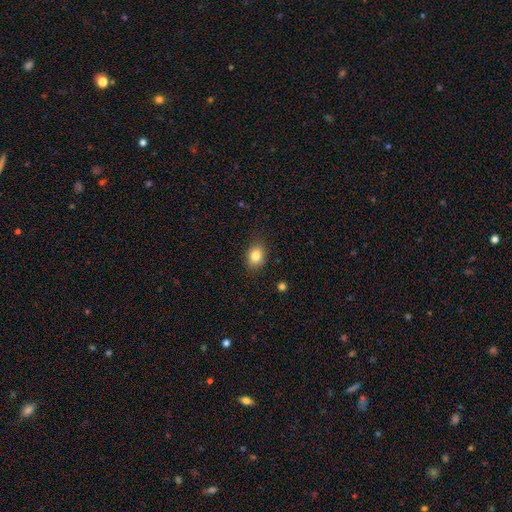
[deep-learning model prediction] A smooth galaxy with no disk features (82%) that is in between round and cigar-shaped (54%).

Vote fractions:
- Smooth or featured? smooth: 82% / star or artifact: 10% / featured or disk: 8%
- How rounded? in between: 54% / round: 45% / cigar-shaped: 1%
- Merging? none: 85% / minor disturbance: 11% / major disturbance: 2% / merger: 1%